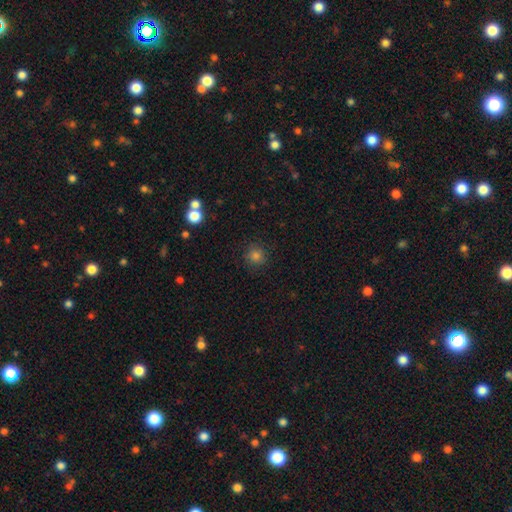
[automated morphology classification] Smooth or featured: smooth — 80% (star or artifact — 15%)
How rounded: round — 93% (in between — 6%)
Merging: none — 88% (minor disturbance — 8%)